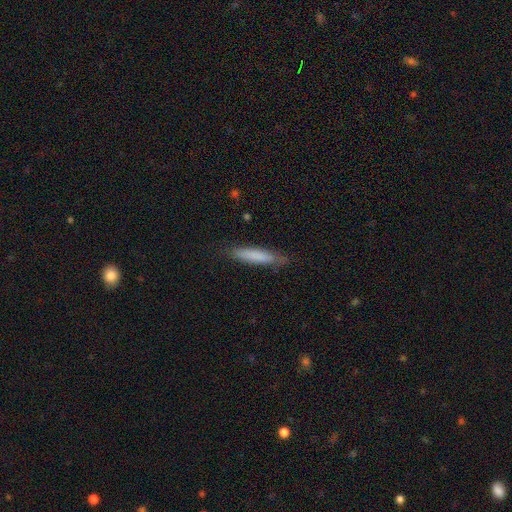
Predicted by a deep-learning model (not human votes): The model was most divided on "smooth or featured": smooth: 79%, featured or disk: 15%, star or artifact: 6%. More confident: how rounded — cigar-shaped (87%); merging — none (80%).